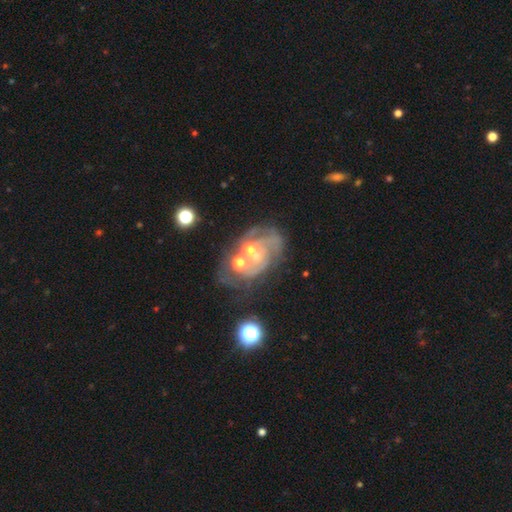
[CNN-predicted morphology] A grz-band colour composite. It shows a featured or disk galaxy (69%) with no bar (47%), 2 (41%) medium (42%) spiral arms (80%) and a moderate central bulge (55%). Merging: none (44%).